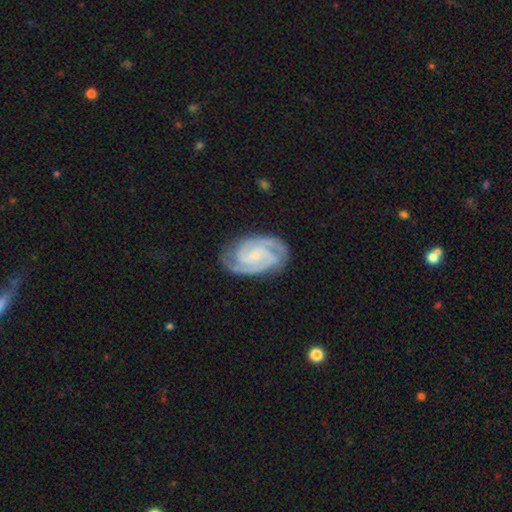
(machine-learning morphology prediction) This appears to be a featured or disk galaxy (91%) with no bar (46%), 2 (60%) tight (64%) spiral arms (99%) and a small central bulge (52%). Merging: none (81%).